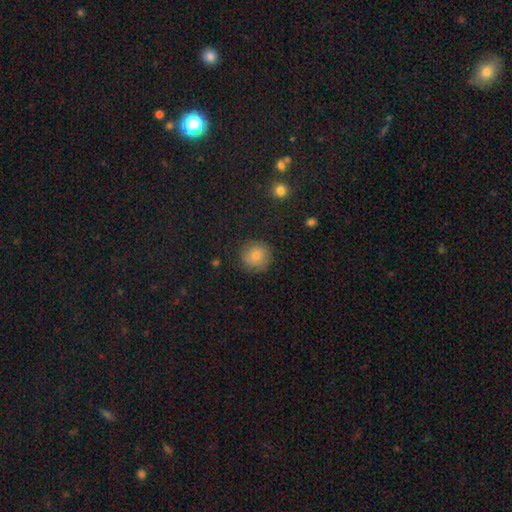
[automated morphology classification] smooth 78%, featured or disk 12%, star or artifact 10%. Down the decision tree: how rounded — round (91%); merging — none (84%).